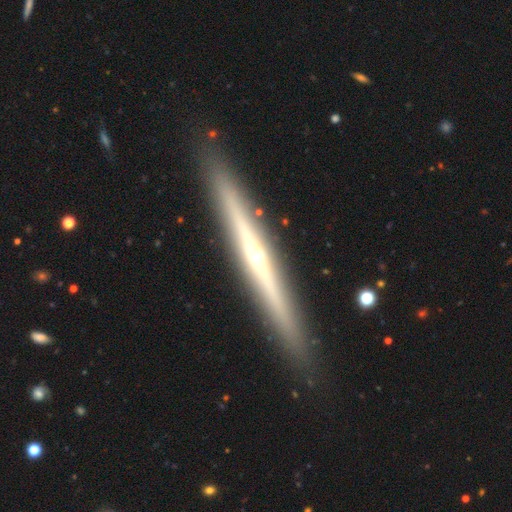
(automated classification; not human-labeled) Overall: featured or disk (80%). Edge-on disk: yes (97%). Edge-on bulge: rounded (72%). Merging: none (90%).